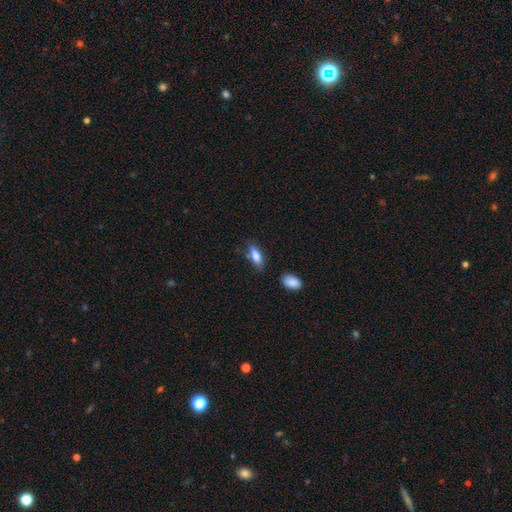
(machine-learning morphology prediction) A smooth galaxy with no disk features (81%) that is in between round and cigar-shaped (69%).

Vote fractions:
- Smooth or featured? smooth: 81% / featured or disk: 11% / star or artifact: 7%
- How rounded? in between: 69% / cigar-shaped: 29% / round: 3%
- Merging? none: 67% / minor disturbance: 21% / merger: 6% / major disturbance: 6%